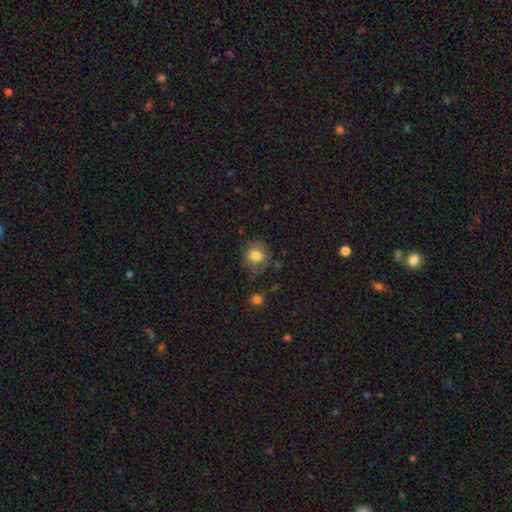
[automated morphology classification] smooth-or-featured: smooth: 79% | featured or disk: 12% | star or artifact: 10%
  how-rounded: round: 76% | in between: 23% | cigar-shaped: 1%
  merging: none: 70% | minor disturbance: 20% | major disturbance: 7% | merger: 3%